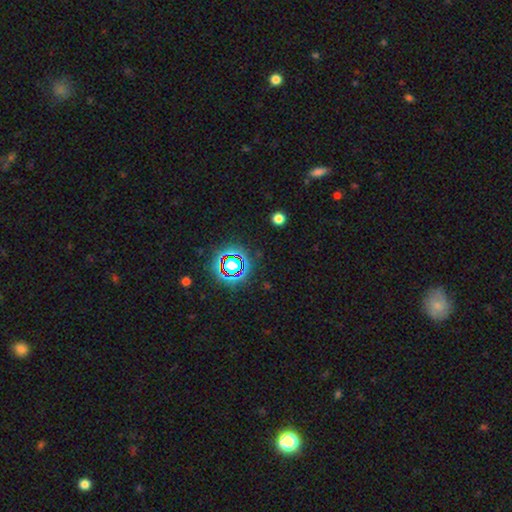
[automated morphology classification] star or artifact 74%, smooth 16%, featured or disk 10%.